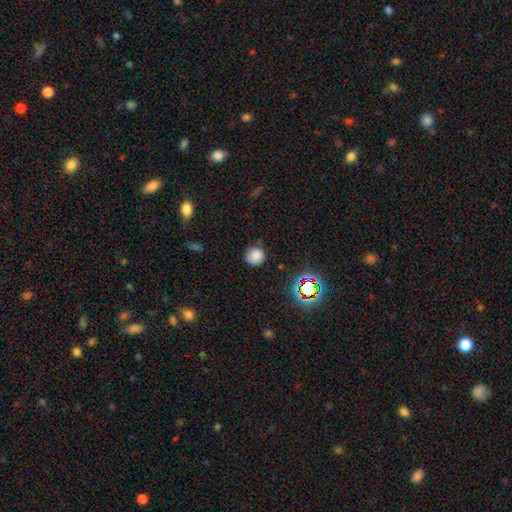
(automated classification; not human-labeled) Q: Smooth or featured?
A: smooth (78%); runner-up: star or artifact (15%)
Q: How rounded?
A: round (92%); runner-up: in between (7%)
Q: Merging?
A: none (79%); runner-up: minor disturbance (15%)